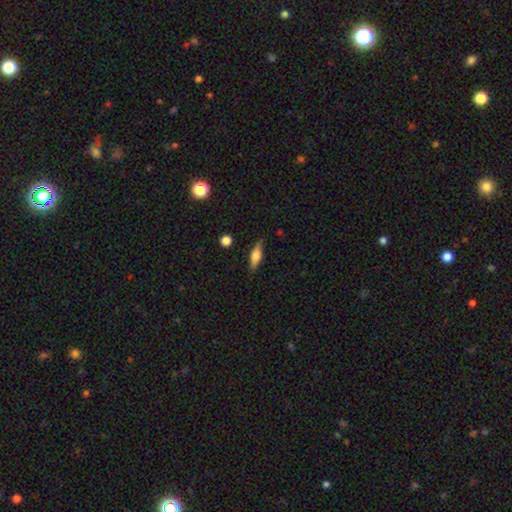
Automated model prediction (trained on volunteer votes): Q: Smooth or featured?
A: smooth (58%); runner-up: featured or disk (34%)
Q: How rounded?
A: in between (59%); runner-up: cigar-shaped (37%)
Q: Merging?
A: none (78%); runner-up: minor disturbance (16%)